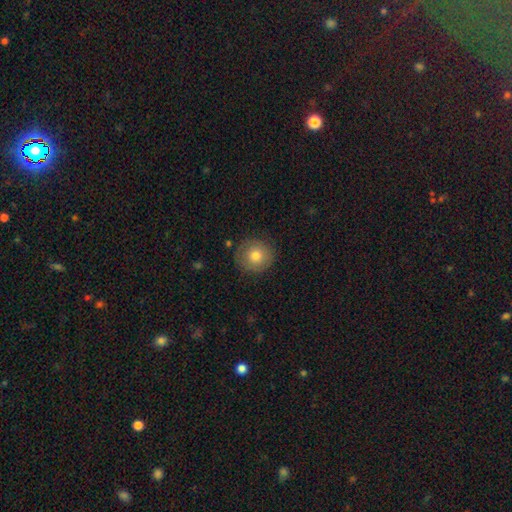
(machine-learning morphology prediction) Smooth or featured: smooth — 74% (featured or disk — 17%)
How rounded: round — 92% (in between — 7%)
Merging: none — 84% (minor disturbance — 11%)